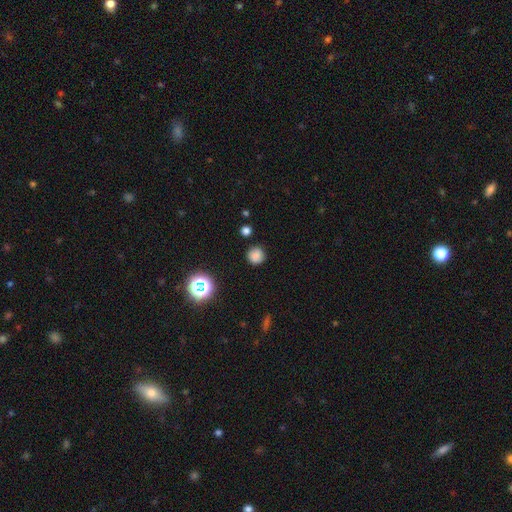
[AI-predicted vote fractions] Smooth or featured? Predicted: smooth (p=0.79). How rounded? Predicted: round (p=0.92). Merging? Predicted: none (p=0.85).